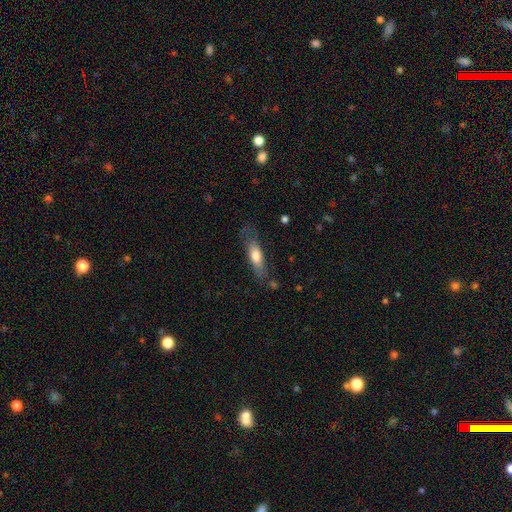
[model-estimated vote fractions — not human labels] Smooth or featured?
  - smooth: 65% *
  - featured or disk: 29%
  - star or artifact: 6%
How rounded?
  - cigar-shaped: 51% *
  - in between: 47%
  - round: 2%
Merging?
  - none: 64% *
  - minor disturbance: 23%
  - major disturbance: 10%
  - merger: 2%